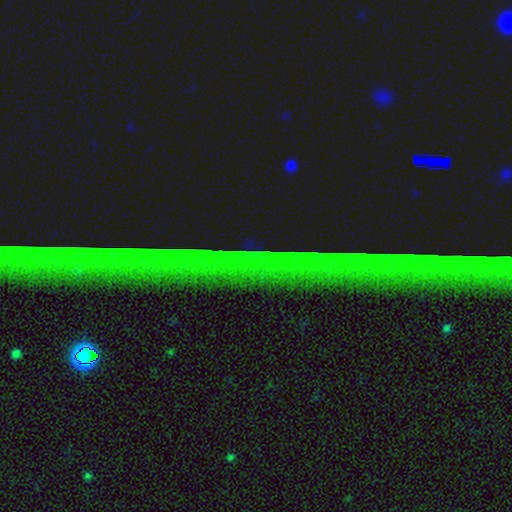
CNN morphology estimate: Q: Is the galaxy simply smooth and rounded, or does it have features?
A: star or artifact — 83%.